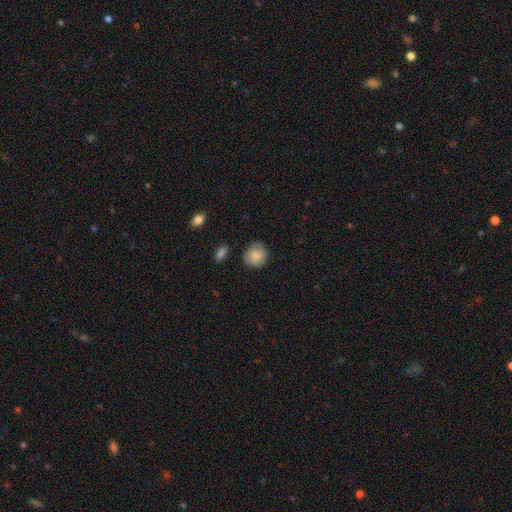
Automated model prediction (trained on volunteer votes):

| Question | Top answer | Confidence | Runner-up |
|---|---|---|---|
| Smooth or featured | smooth | 86% | star or artifact (7%) |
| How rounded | round | 85% | in between (14%) |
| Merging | none | 85% | minor disturbance (11%) |